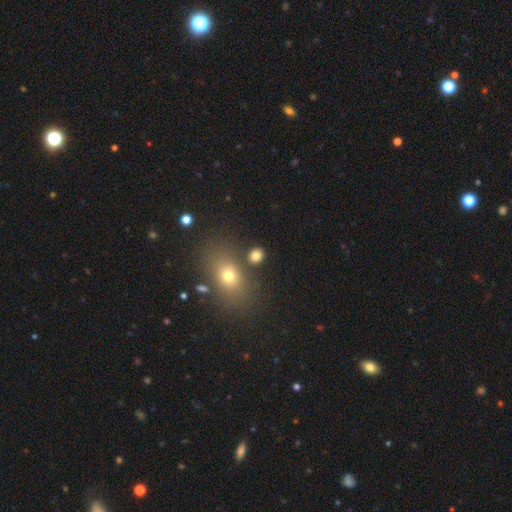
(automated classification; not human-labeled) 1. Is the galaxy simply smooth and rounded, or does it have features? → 78% smooth, 14% star or artifact, 8% featured or disk.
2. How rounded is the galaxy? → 58% round, 41% in between, 2% cigar-shaped.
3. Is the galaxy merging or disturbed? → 78% none, 9% minor disturbance, 8% merger, 4% major disturbance.